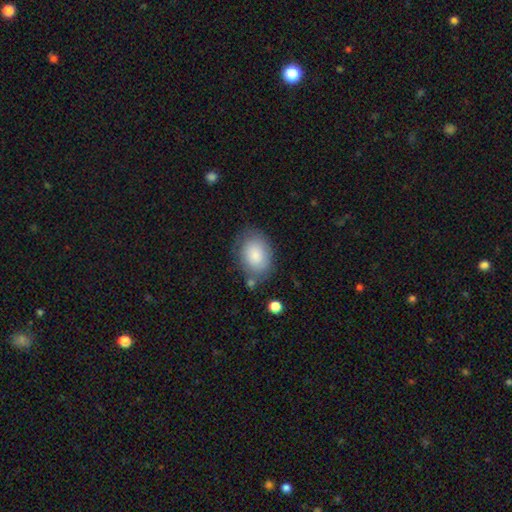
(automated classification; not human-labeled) Smooth or featured: smooth — 84% (featured or disk — 9%)
How rounded: in between — 81% (round — 18%)
Merging: none — 66% (minor disturbance — 22%)